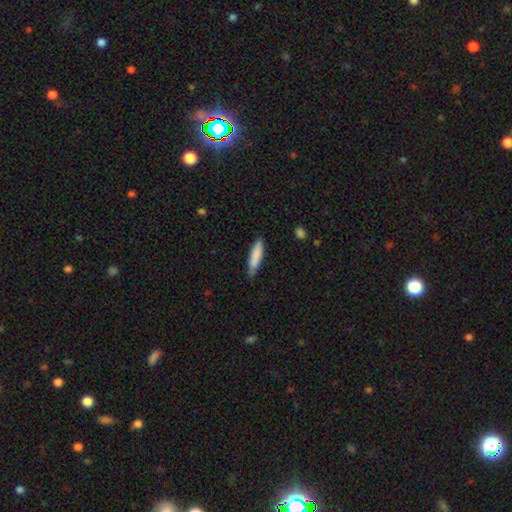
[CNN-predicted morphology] The model was most divided on "merging": none: 77%, minor disturbance: 19%, major disturbance: 3%, merger: 1%. More confident: smooth or featured — smooth (82%); how rounded — cigar-shaped (79%).